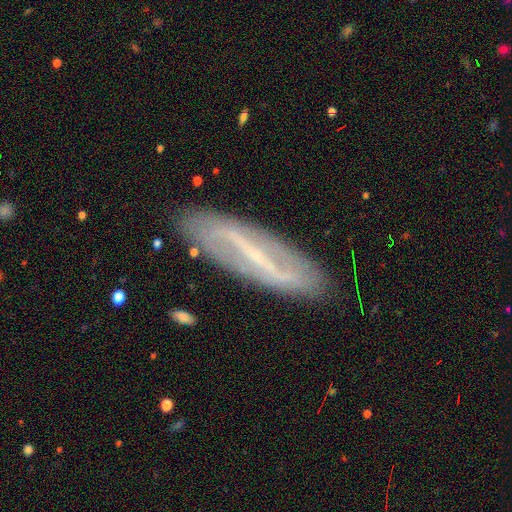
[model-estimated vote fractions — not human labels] Smooth or featured? Predicted: featured or disk (p=0.73). Edge-on disk? Predicted: no (p=0.57). Merging? Predicted: none (p=0.82).